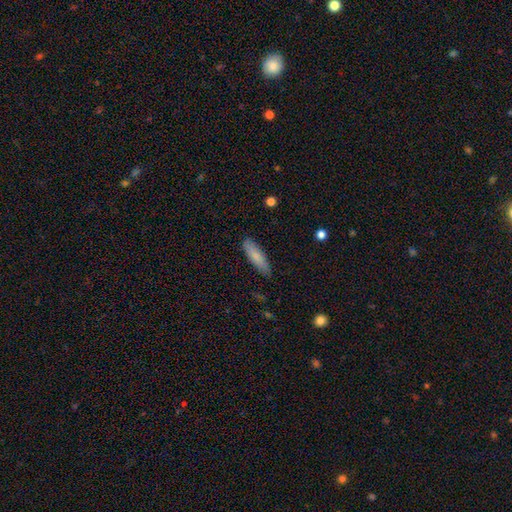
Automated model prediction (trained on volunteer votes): The model was most divided on "how rounded": cigar-shaped: 61%, in between: 37%, round: 2%. More confident: merging — none (83%); smooth or featured — smooth (81%).